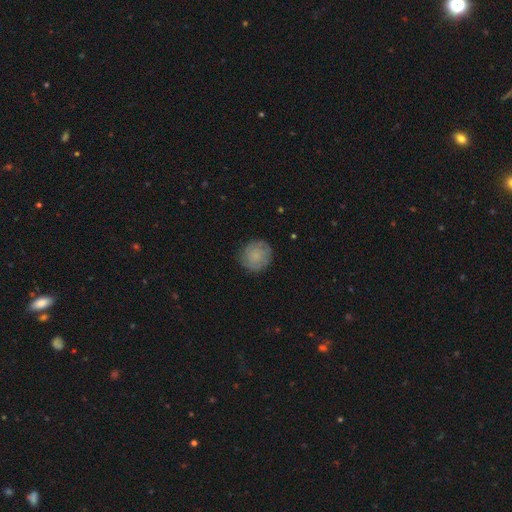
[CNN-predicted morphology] A smooth galaxy with no disk features (65%) that is round (89%).

Vote fractions:
- Smooth or featured? smooth: 65% / featured or disk: 27% / star or artifact: 8%
- How rounded? round: 89% / in between: 10% / cigar-shaped: 1%
- Merging? none: 82% / minor disturbance: 13% / major disturbance: 4% / merger: 1%